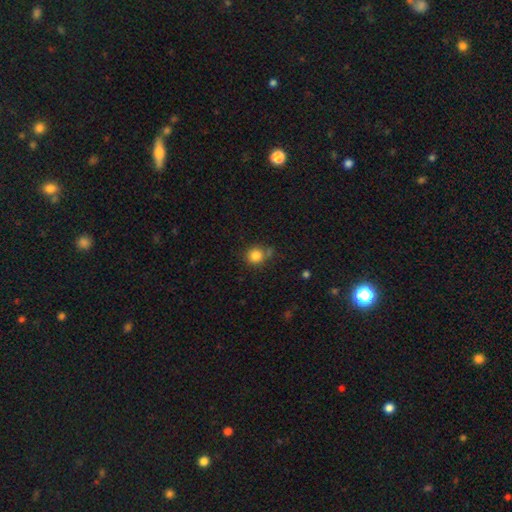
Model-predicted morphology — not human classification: smooth-or-featured: smooth: 84% | star or artifact: 11% | featured or disk: 5%
  how-rounded: round: 90% | in between: 9% | cigar-shaped: 1%
  merging: none: 71% | minor disturbance: 15% | merger: 10% | major disturbance: 4%